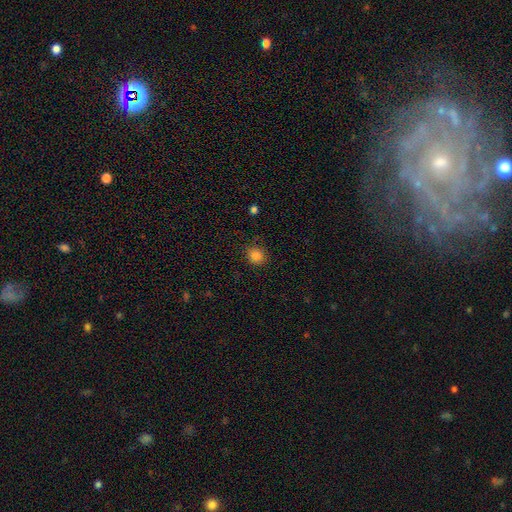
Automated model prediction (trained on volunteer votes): Overall: smooth (84%). How rounded: round (85%). Merging: none (87%).